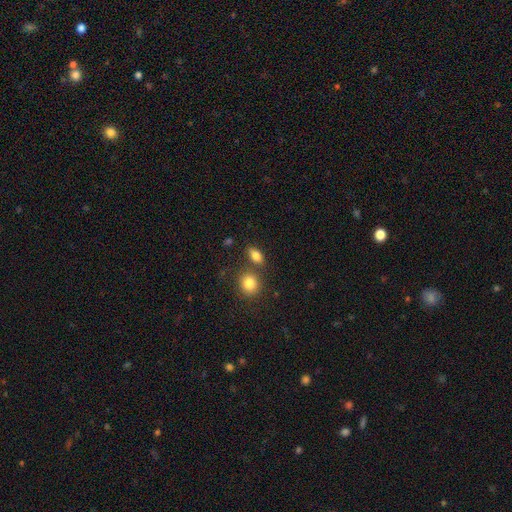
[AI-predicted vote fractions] Smooth or featured: smooth — 83% (star or artifact — 10%)
How rounded: in between — 81% (round — 15%)
Merging: none — 70% (merger — 16%)